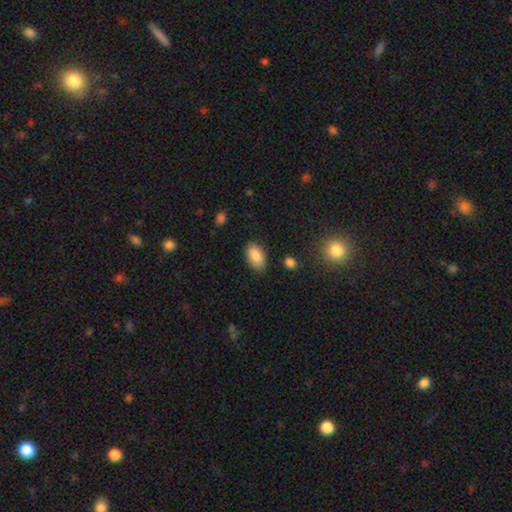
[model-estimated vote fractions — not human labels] smooth-or-featured: smooth: 87% | star or artifact: 7% | featured or disk: 5%
  how-rounded: in between: 94% | round: 5% | cigar-shaped: 2%
  merging: none: 82% | minor disturbance: 14% | major disturbance: 3% | merger: 2%